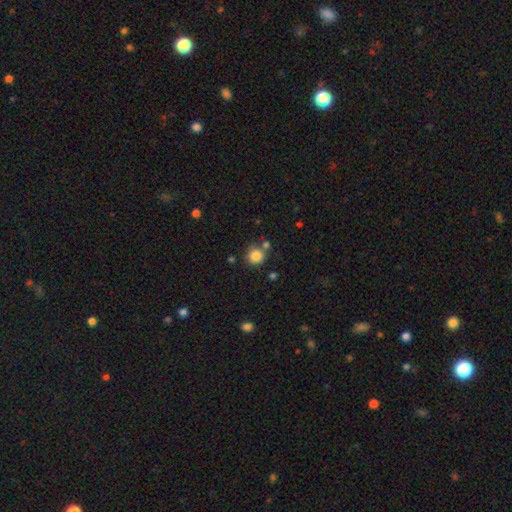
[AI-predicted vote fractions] The model was most divided on "merging": none: 74%, minor disturbance: 11%, merger: 11%, major disturbance: 3%. More confident: how rounded — round (92%); smooth or featured — smooth (84%).